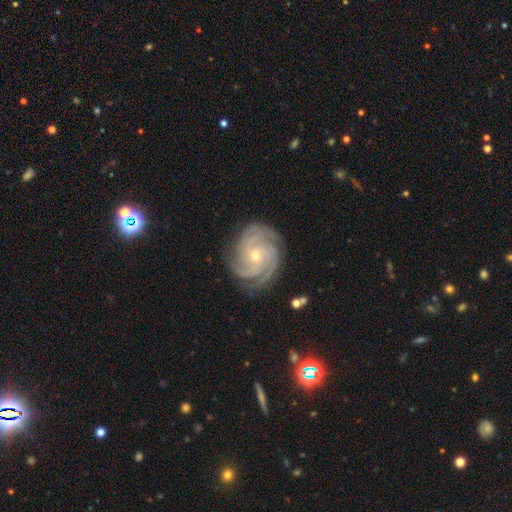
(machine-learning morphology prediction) A featured or disk galaxy (91%) with no bar (70%), 4 (37%) tight (70%) spiral arms (98%) and a small central bulge (63%).

Vote fractions:
- Smooth or featured? featured or disk: 91% / star or artifact: 5% / smooth: 4%
- Edge-on disk? no: 98% / yes: 2%
- Bar? no: 70% / weak: 23% / strong: 7%
- Spiral arms? yes: 98% / no: 2%
- Spiral winding? tight: 70% / medium: 27% / loose: 3%
- Spiral arm count? 4: 37% / 3: 33% / can't tell: 10% / 2: 8% / more than 4: 7% / 1: 5%
- Bulge size? small: 63% / moderate: 34% / large: 1% / none: 1% / dominant: 1%
- Merging? none: 82% / minor disturbance: 13% / major disturbance: 4% / merger: 1%